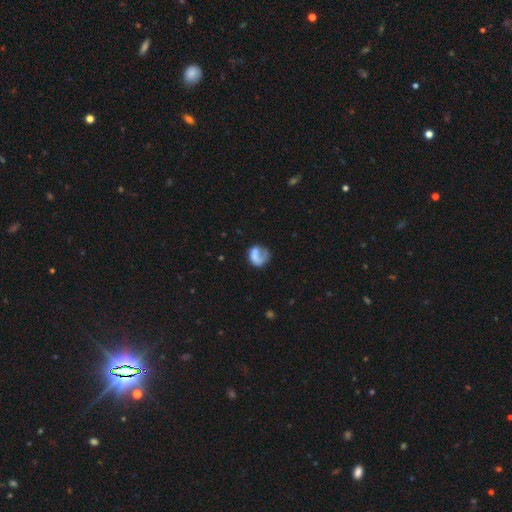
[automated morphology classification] Overall: smooth (49%; featured or disk 42%). Merging: none (37%; major disturbance 35%).